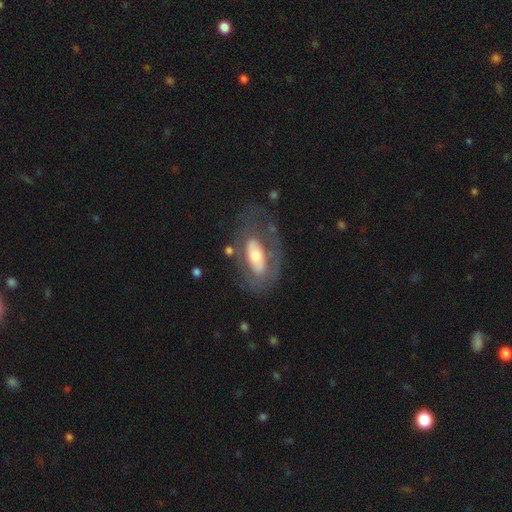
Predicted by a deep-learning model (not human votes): smooth-or-featured: featured or disk: 63% | smooth: 31% | star or artifact: 6%
  disk-edge-on: no: 88% | yes: 12%
    bar: no: 63% | weak: 21% | strong: 16%
    has-spiral-arms: no: 64% | yes: 36%
    bulge-size: moderate: 55% | small: 23% | large: 18% | dominant: 2% | none: 2%
  merging: none: 60% | minor disturbance: 19% | major disturbance: 19% | merger: 3%